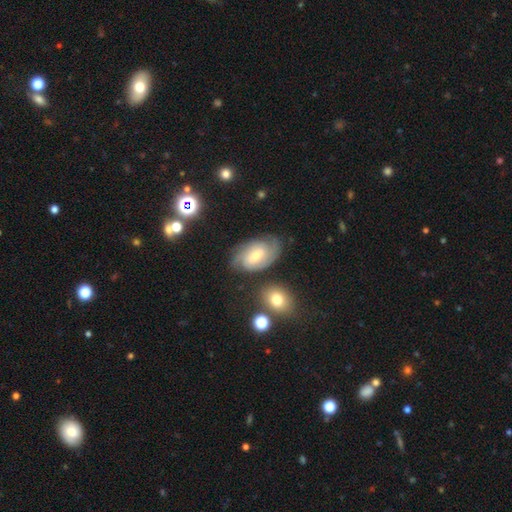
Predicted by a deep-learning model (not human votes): The model was most divided on "bulge size": moderate: 47%, small: 40%, large: 8%, none: 4%, dominant: 2%. Remaining: edge-on disk — no (96%); spiral arms — yes (92%); merging — none (72%); smooth or featured — featured or disk (68%); spiral winding — tight (55%); bar — weak (51%); spiral arm count — 2 (46%).